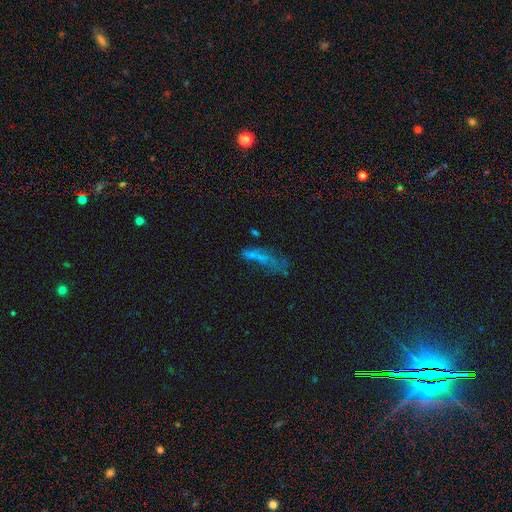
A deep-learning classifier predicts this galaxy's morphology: A smooth galaxy with no disk features (42%).

Vote fractions:
- Smooth or featured? smooth: 42% / featured or disk: 37% / star or artifact: 21%
- Merging? major disturbance: 37% / none: 28% / merger: 19% / minor disturbance: 16%